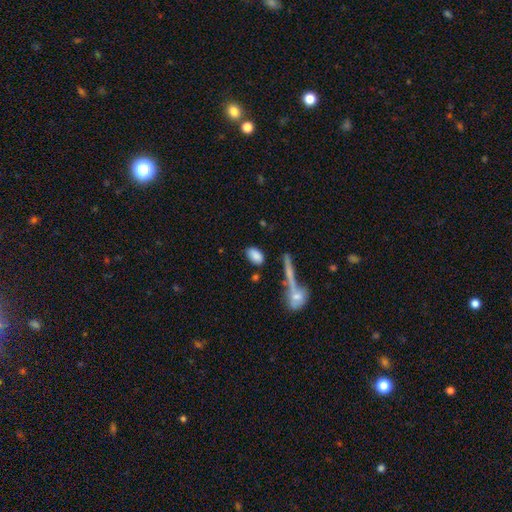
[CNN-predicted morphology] This is clearly a smooth galaxy (85%). How rounded: clearly in between (90%). Merging: likely none (78%).